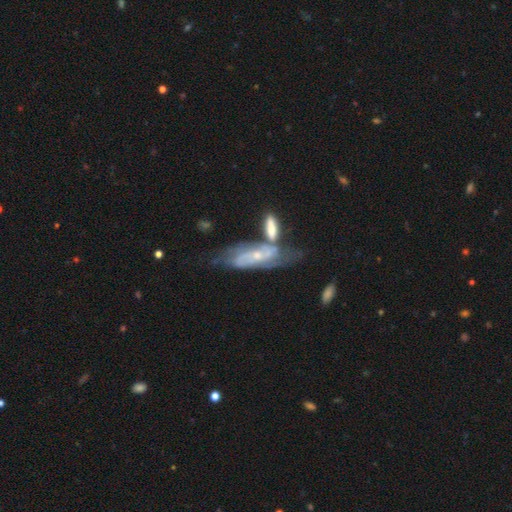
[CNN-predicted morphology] smooth_or_featured: featured or disk (p=0.78) [alt: smooth p=0.15]
disk_edge_on: no (p=0.86) [alt: yes p=0.14]
bar: no (p=0.52) [alt: weak p=0.34]
has_spiral_arms: yes (p=0.92) [alt: no p=0.08]
spiral_winding: medium (p=0.42) [alt: tight p=0.39]
spiral_arm_count: 2 (p=0.65) [alt: can't tell p=0.23]
bulge_size: small (p=0.66) [alt: moderate p=0.28]
merging: none (p=0.40) [alt: merger p=0.29]